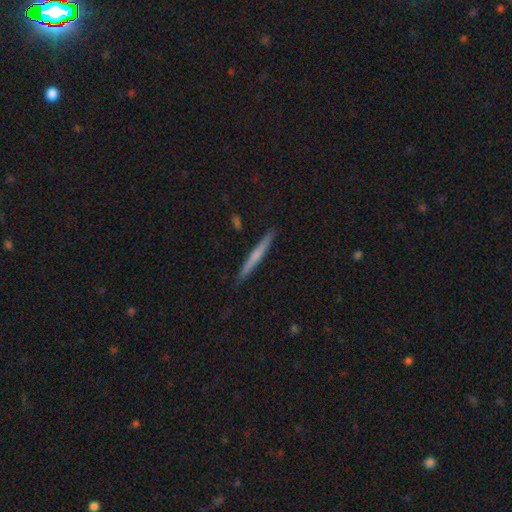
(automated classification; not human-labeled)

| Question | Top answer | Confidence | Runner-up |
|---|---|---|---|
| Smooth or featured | smooth | 49% | featured or disk (45%) |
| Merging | none | 91% | minor disturbance (7%) |